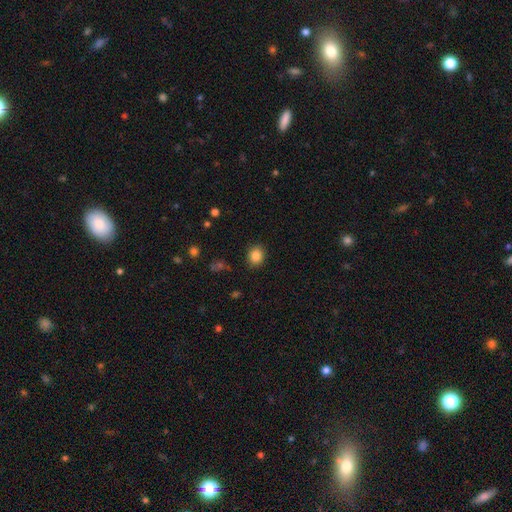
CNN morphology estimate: type=smooth (85%); roundness=round (69%); merging=none (88%).